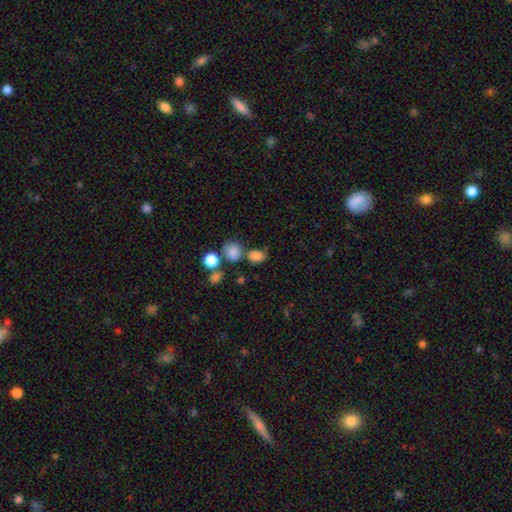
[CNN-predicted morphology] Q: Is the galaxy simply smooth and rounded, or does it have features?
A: smooth — 81%.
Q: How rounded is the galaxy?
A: in between — 60%.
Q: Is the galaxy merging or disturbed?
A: none — 58%.